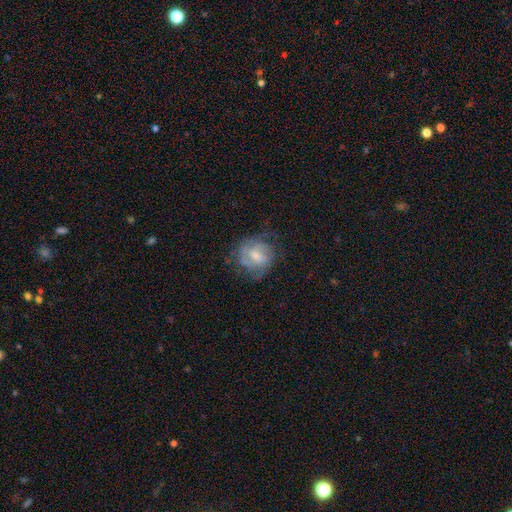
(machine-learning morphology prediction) Overall: featured or disk (63%; smooth 30%). Edge-on disk: no (97%). Bar: no (46%; weak 45%). Spiral arms: yes (77%). Bulge size: moderate (47%; small 39%). Merging: none (59%; minor disturbance 24%).